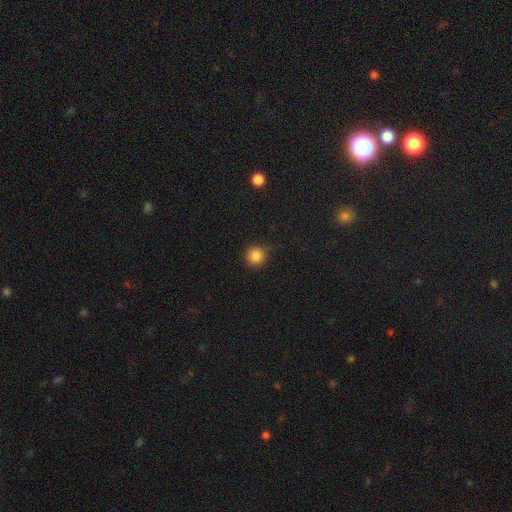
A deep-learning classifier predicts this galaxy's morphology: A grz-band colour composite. It shows a smooth galaxy with no disk features (85%) that is round (93%). Merging: none (86%).